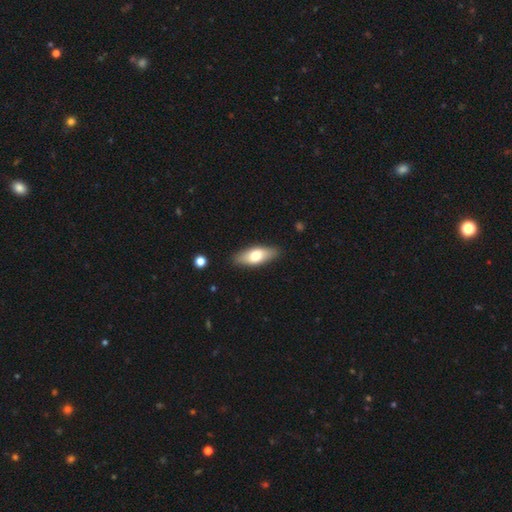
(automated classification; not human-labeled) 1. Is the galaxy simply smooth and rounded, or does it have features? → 67% smooth, 27% featured or disk, 6% star or artifact.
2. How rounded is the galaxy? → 74% in between, 24% cigar-shaped, 2% round.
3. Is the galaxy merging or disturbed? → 87% none, 10% minor disturbance, 2% major disturbance, 1% merger.